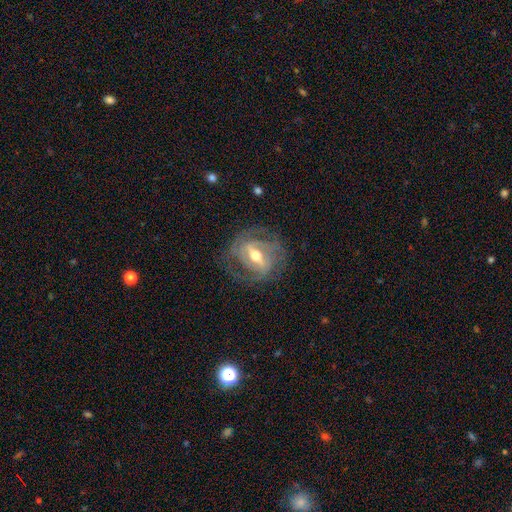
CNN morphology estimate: A featured or disk galaxy (85%) with a strong bar (57%), 2 (52%) tight (45%) spiral arms (86%) and a moderate central bulge (72%). Merging: none (69%).